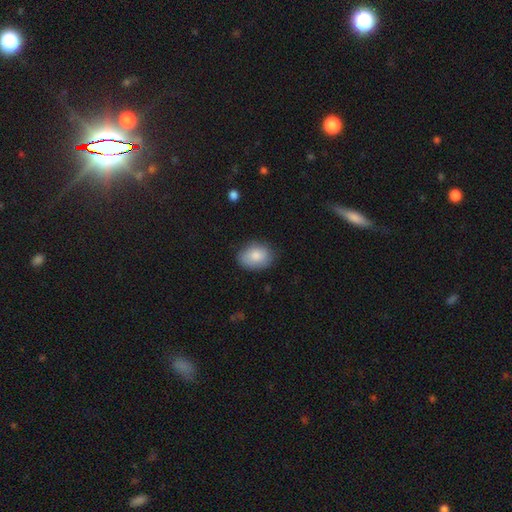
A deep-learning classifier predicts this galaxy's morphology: Smooth or featured? Predicted: smooth (p=0.83). How rounded? Predicted: in between (p=0.75). Merging? Predicted: none (p=0.77).